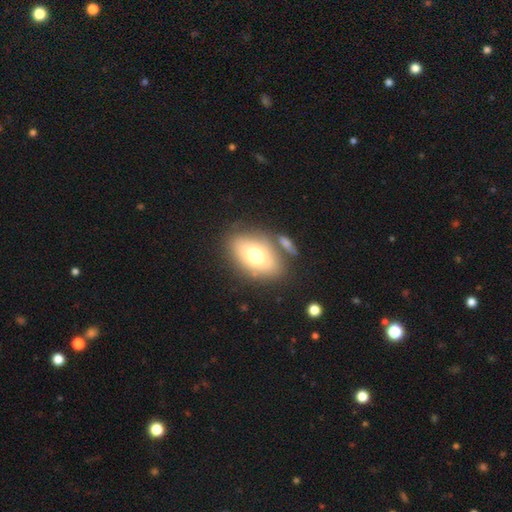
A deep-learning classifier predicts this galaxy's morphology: A smooth galaxy with no disk features (69%) that is in between round and cigar-shaped (84%).

Vote fractions:
- Smooth or featured? smooth: 69% / featured or disk: 22% / star or artifact: 9%
- How rounded? in between: 84% / round: 13% / cigar-shaped: 3%
- Merging? none: 69% / minor disturbance: 13% / merger: 11% / major disturbance: 6%